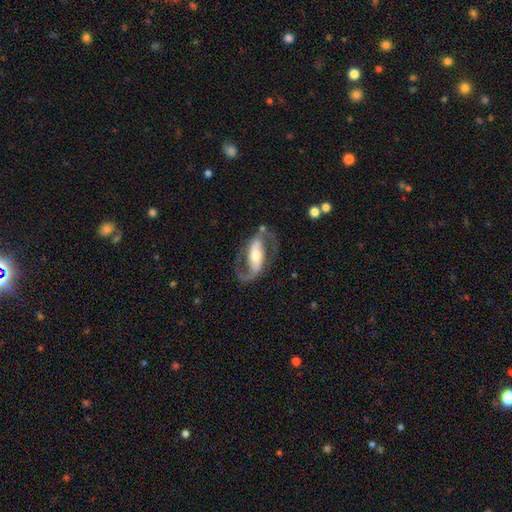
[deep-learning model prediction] A featured or disk galaxy (88%) with a strong bar (52%), 2 (90%) medium (49%) spiral arms (95%) and a moderate central bulge (55%).

Vote fractions:
- Smooth or featured? featured or disk: 88% / smooth: 7% / star or artifact: 4%
- Edge-on disk? no: 95% / yes: 5%
- Bar? strong: 52% / weak: 27% / no: 21%
- Spiral arms? yes: 95% / no: 5%
- Spiral winding? medium: 49% / loose: 36% / tight: 14%
- Spiral arm count? 2: 90% / 1: 4% / can't tell: 3% / 3: 1% / 4: 1% / more than 4: 1%
- Bulge size? moderate: 55% / small: 32% / large: 9% / dominant: 2% / none: 2%
- Merging? none: 75% / minor disturbance: 13% / major disturbance: 10% / merger: 2%